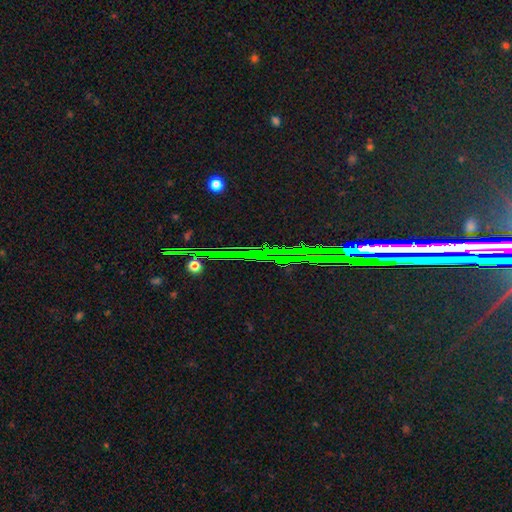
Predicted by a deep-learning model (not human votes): Smooth or featured?
  - star or artifact: 78% *
  - featured or disk: 12%
  - smooth: 10%